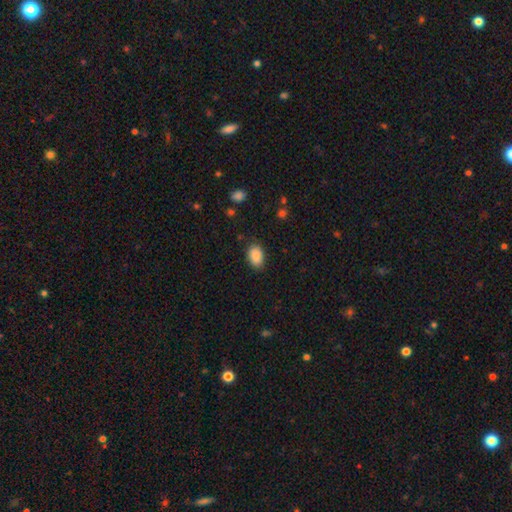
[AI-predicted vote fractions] A smooth galaxy with no disk features (89%) that is in between round and cigar-shaped (86%). Merging: none (84%).